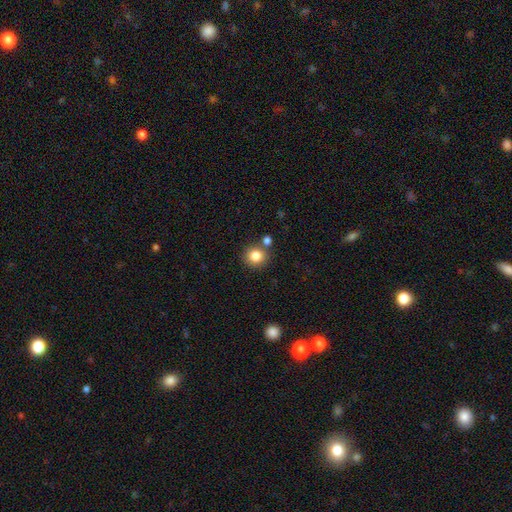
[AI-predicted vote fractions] Morphology: type=smooth (84%); roundness=round (89%); merging=none (78%).